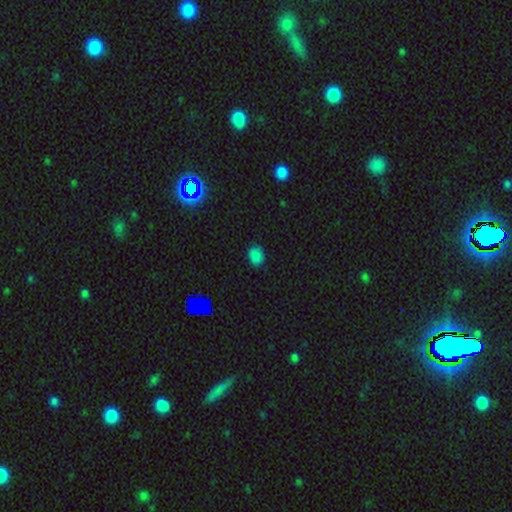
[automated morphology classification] Smooth or featured?
  - smooth: 75% *
  - star or artifact: 21%
  - featured or disk: 5%
How rounded?
  - in between: 52% *
  - round: 47%
  - cigar-shaped: 1%
Merging?
  - none: 83% *
  - minor disturbance: 13%
  - major disturbance: 3%
  - merger: 1%